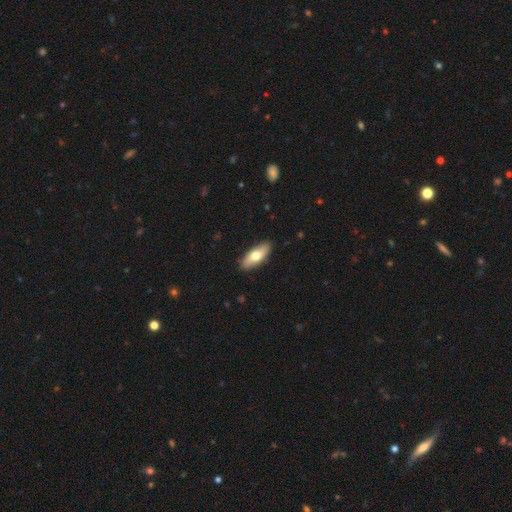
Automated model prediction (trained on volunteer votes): This appears to be a smooth galaxy with no disk features (68%) that is in between round and cigar-shaped (76%). Merging: none (88%).